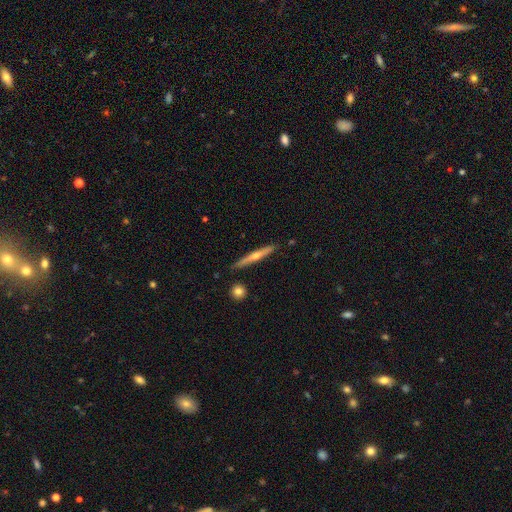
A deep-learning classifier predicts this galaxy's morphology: Smooth or featured? featured or disk (68%)
Edge-on disk? yes (97%)
Edge-on bulge? rounded (84%)
Merging? none (89%)